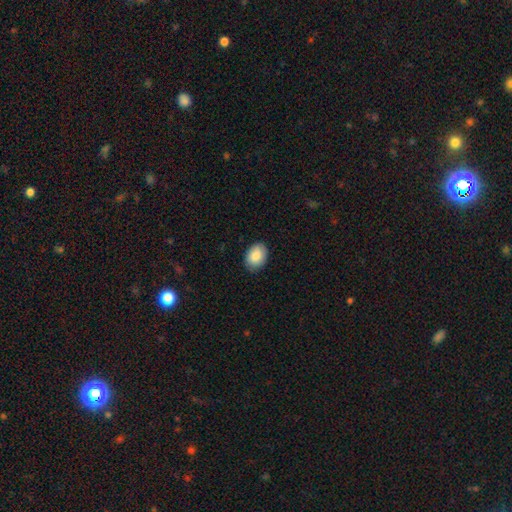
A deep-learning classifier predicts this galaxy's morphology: smooth_or_featured: smooth (p=0.85) [alt: featured or disk p=0.08]
how_rounded: in between (p=0.81) [alt: round p=0.18]
merging: none (p=0.86) [alt: minor disturbance p=0.11]